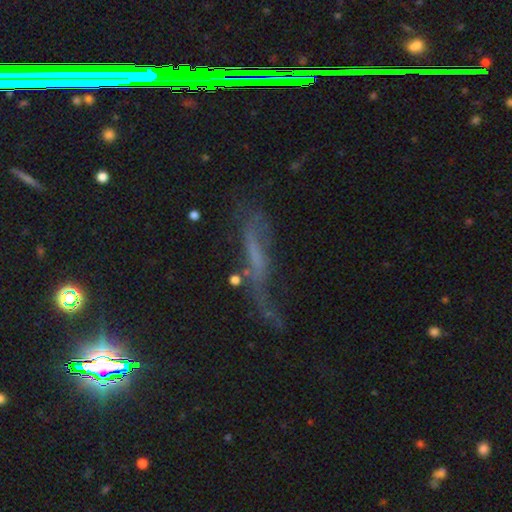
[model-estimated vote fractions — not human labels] smooth-or-featured: featured or disk: 46% | smooth: 33% | star or artifact: 21%
  merging: major disturbance: 35% | none: 34% | minor disturbance: 22% | merger: 9%